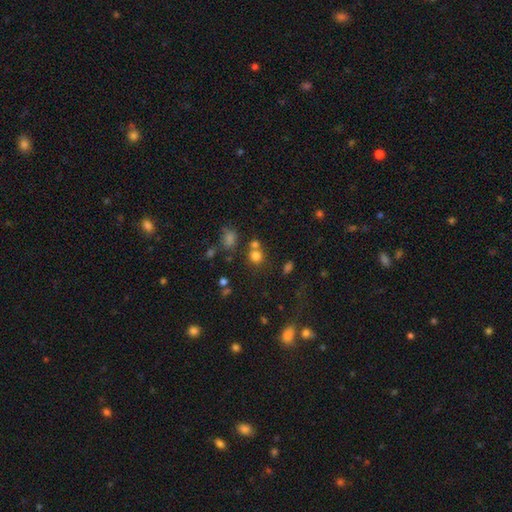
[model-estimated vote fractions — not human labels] Smooth or featured? smooth (74%)
How rounded? round (82%)
Merging? none (59%)